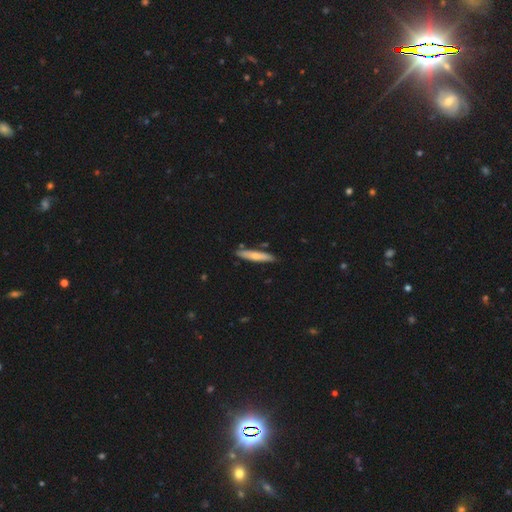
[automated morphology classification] This is likely a smooth galaxy (61%). How rounded: clearly cigar-shaped (89%). Merging: clearly none (85%).